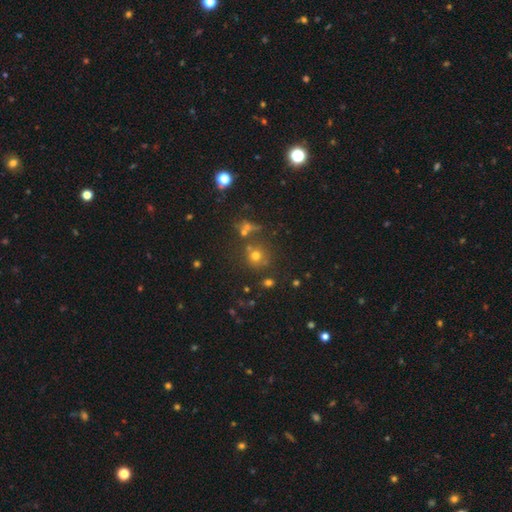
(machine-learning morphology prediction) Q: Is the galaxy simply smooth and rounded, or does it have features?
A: smooth — 60%.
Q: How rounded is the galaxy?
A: round — 88%.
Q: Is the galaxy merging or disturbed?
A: none — 69%.